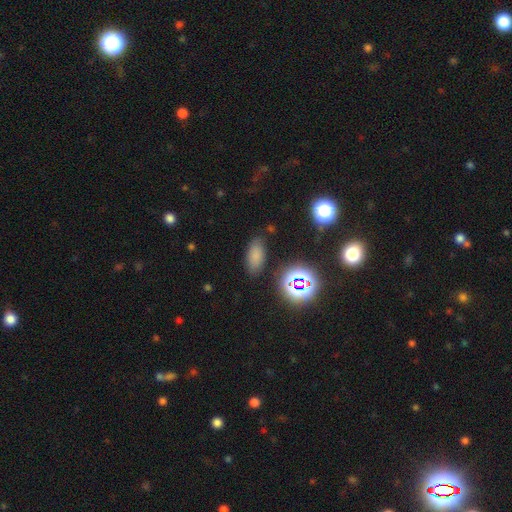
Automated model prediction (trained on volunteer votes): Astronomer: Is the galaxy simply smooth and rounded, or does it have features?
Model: smooth — 72%.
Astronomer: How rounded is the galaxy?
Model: in between — 89%.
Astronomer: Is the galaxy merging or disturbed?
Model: none — 83%.